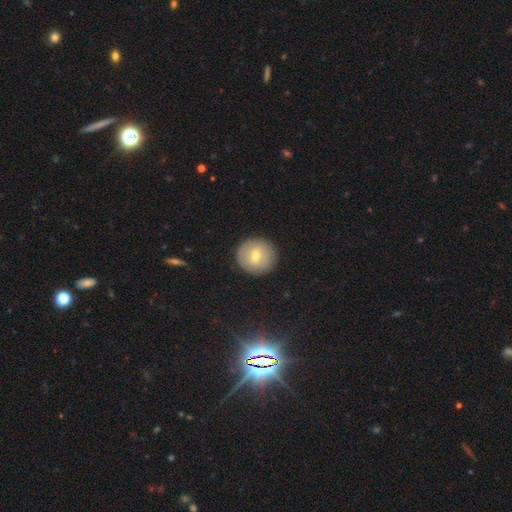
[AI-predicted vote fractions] smooth 63%, featured or disk 27%, star or artifact 10%. Down the decision tree: how rounded — round (93%); merging — none (90%).